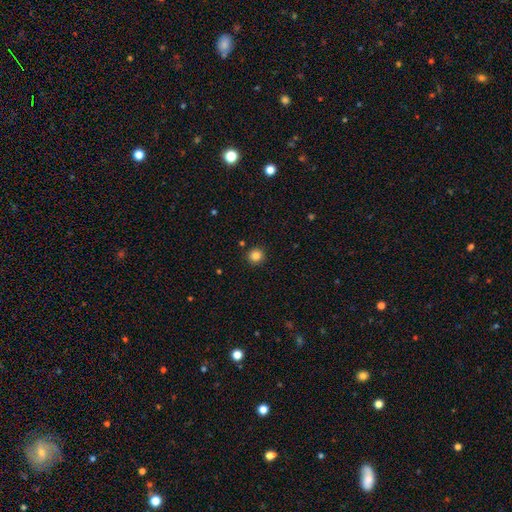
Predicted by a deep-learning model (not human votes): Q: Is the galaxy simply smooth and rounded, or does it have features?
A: smooth — 84%.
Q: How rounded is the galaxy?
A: round — 93%.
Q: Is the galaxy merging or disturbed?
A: none — 91%.